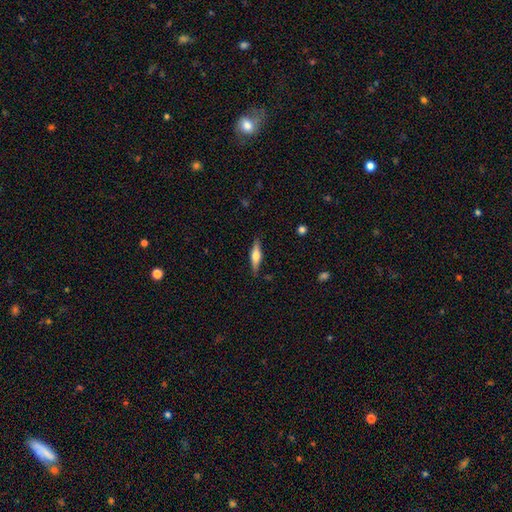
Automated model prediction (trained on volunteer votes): Q: Smooth or featured?
A: featured or disk (51%); runner-up: smooth (43%)
Q: Edge-on disk?
A: yes (95%); runner-up: no (5%)
Q: Merging?
A: none (87%); runner-up: minor disturbance (10%)